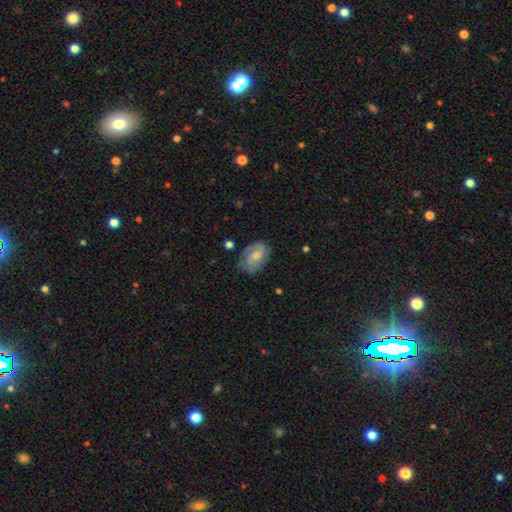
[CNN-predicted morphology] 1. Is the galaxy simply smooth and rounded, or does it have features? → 53% featured or disk, 40% smooth, 7% star or artifact.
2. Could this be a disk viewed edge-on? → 96% no, 4% yes.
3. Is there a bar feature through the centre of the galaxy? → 49% no, 42% weak, 9% strong.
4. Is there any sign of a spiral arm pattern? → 83% yes, 17% no.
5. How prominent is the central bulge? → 44% small, 40% moderate, 10% none, 5% large, 1% dominant.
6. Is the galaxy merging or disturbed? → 67% none, 23% minor disturbance, 8% major disturbance, 2% merger.